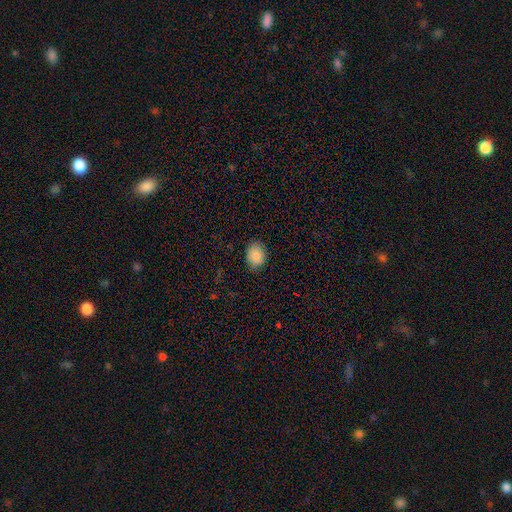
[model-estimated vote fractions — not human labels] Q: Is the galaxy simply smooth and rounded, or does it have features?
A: smooth — 86%.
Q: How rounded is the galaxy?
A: in between — 61%.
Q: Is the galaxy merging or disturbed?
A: none — 81%.